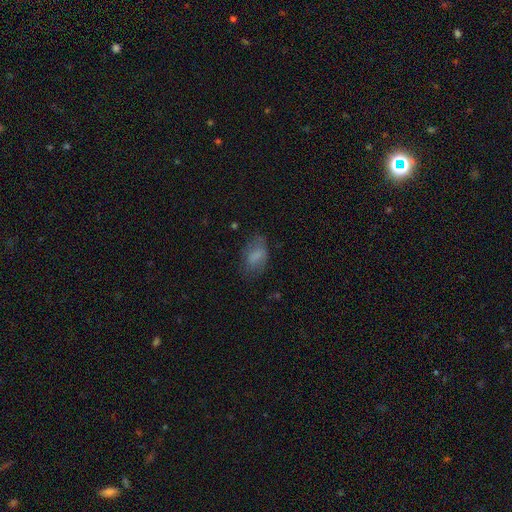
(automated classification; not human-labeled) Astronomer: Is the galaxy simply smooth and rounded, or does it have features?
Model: smooth — 72%.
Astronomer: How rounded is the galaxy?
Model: in between — 89%.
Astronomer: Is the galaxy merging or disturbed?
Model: none — 59%.